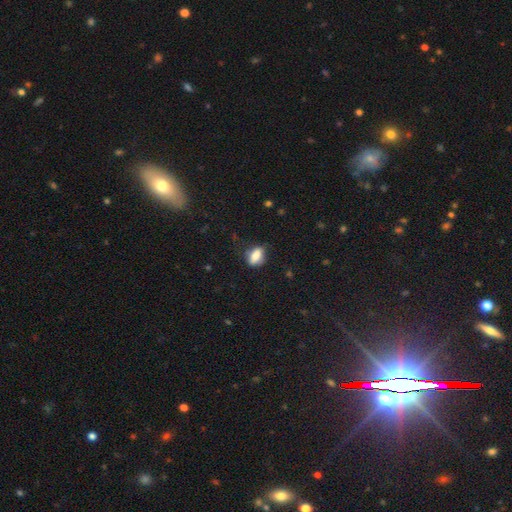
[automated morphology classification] Overall: smooth (79%). How rounded: in between (79%). Merging: none (64%; minor disturbance 26%).